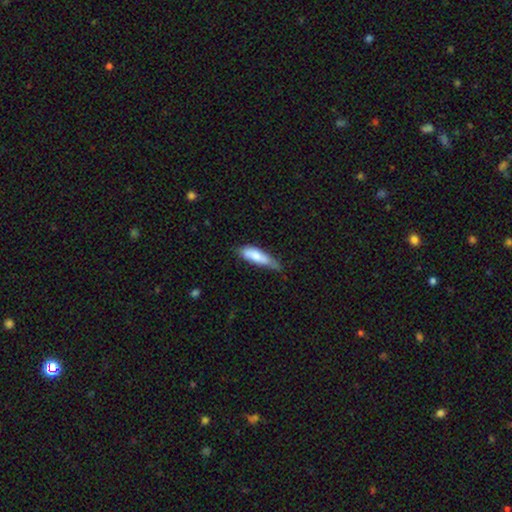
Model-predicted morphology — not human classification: A smooth galaxy with no disk features (78%) that is cigar-shaped (55%). Merging: none (46%).